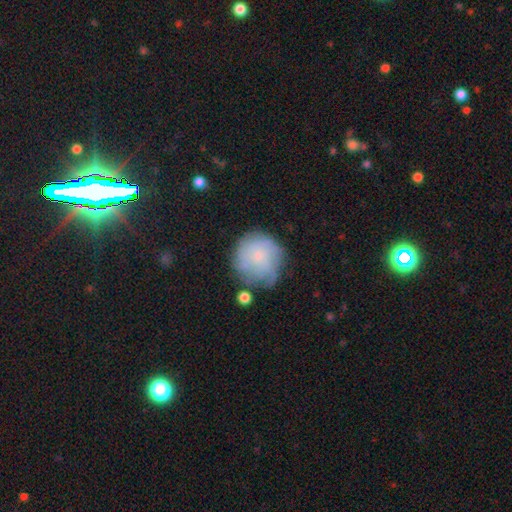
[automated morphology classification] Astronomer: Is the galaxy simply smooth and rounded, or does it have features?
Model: smooth — 50% (runner-up: featured or disk, 40%).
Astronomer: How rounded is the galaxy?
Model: round — 89%.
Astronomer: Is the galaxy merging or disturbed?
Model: none — 62%.